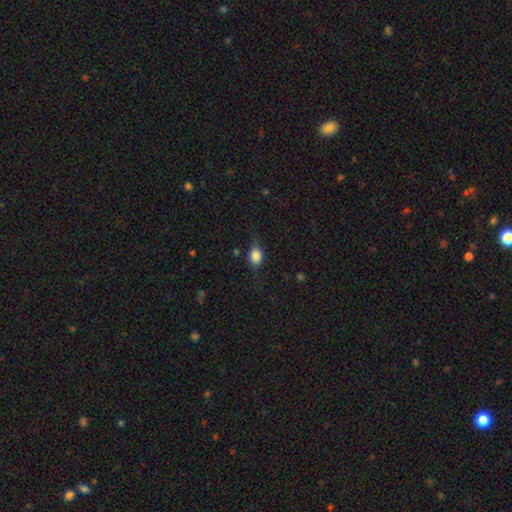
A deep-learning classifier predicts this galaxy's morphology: The model was most divided on "how rounded": in between: 63%, round: 34%, cigar-shaped: 3%. More confident: smooth or featured — smooth (78%); merging — none (63%).